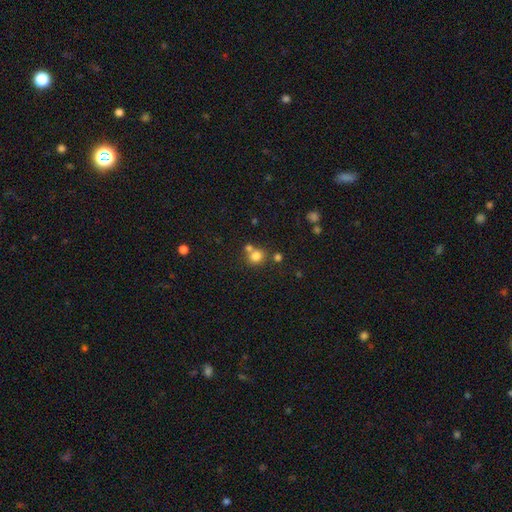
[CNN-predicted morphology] smooth 78%, star or artifact 14%, featured or disk 8%. Down the decision tree: how rounded — round (83%); merging — none (57%).